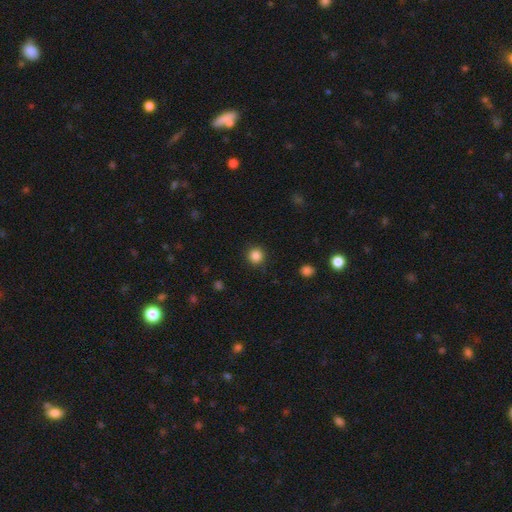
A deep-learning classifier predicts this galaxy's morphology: A smooth galaxy with no disk features (85%) that is round (94%).

Vote fractions:
- Smooth or featured? smooth: 85% / star or artifact: 11% / featured or disk: 3%
- How rounded? round: 94% / in between: 5% / cigar-shaped: 1%
- Merging? none: 90% / minor disturbance: 7% / major disturbance: 2% / merger: 1%